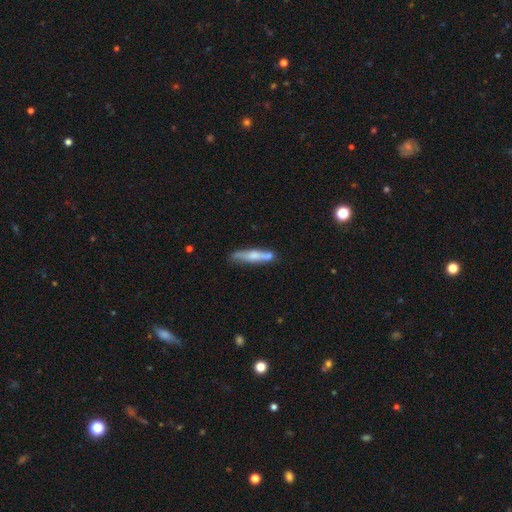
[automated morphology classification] smooth 53%, featured or disk 41%, star or artifact 6%. Down the decision tree: how rounded — cigar-shaped (89%); merging — none (72%).